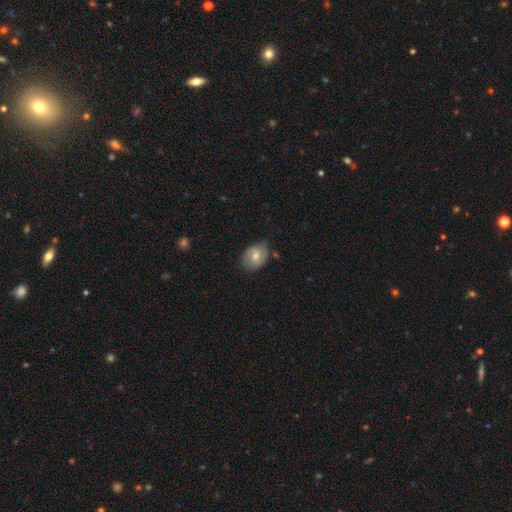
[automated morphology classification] A smooth galaxy with no disk features (59%) that is in between round and cigar-shaped (61%).

Vote fractions:
- Smooth or featured? smooth: 59% / featured or disk: 33% / star or artifact: 8%
- How rounded? in between: 61% / round: 38% / cigar-shaped: 1%
- Merging? none: 67% / minor disturbance: 26% / major disturbance: 5% / merger: 2%